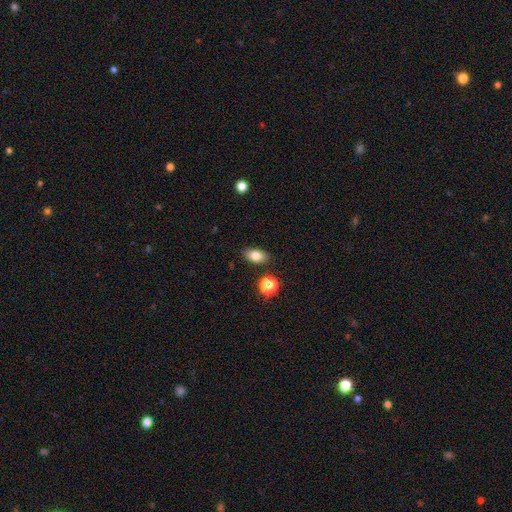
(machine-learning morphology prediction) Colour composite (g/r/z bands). It shows a smooth galaxy with no disk features (80%) that is in between round and cigar-shaped (86%). Merging: none (85%).